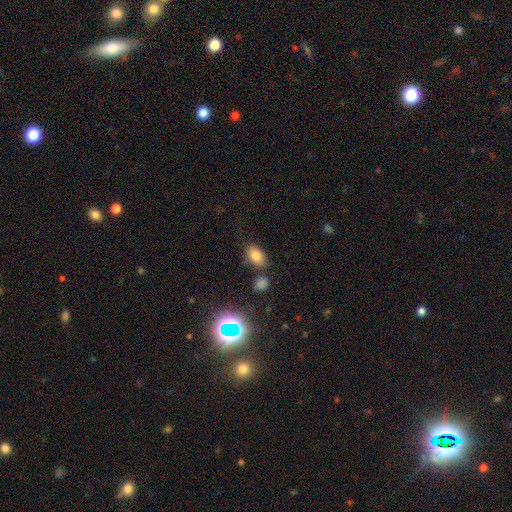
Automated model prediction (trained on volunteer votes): Smooth or featured? Predicted: smooth (p=0.77). How rounded? Predicted: in between (p=0.87). Merging? Predicted: none (p=0.74).